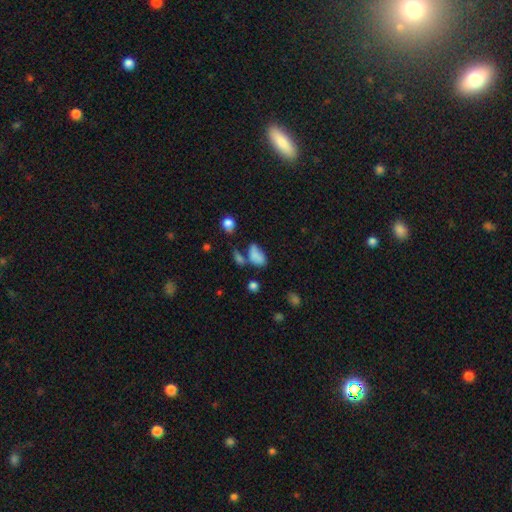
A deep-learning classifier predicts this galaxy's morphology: Q: Smooth or featured?
A: smooth (76%); runner-up: featured or disk (12%)
Q: How rounded?
A: in between (88%); runner-up: round (8%)
Q: Merging?
A: none (34%); runner-up: merger (26%)